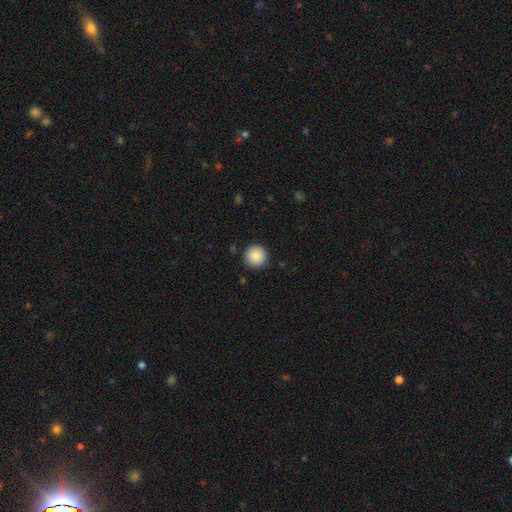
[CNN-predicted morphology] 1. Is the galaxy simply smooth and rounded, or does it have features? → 88% smooth, 8% star or artifact, 4% featured or disk.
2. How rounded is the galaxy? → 96% round, 3% in between, 1% cigar-shaped.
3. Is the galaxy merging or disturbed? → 91% none, 6% minor disturbance, 2% major disturbance, 1% merger.